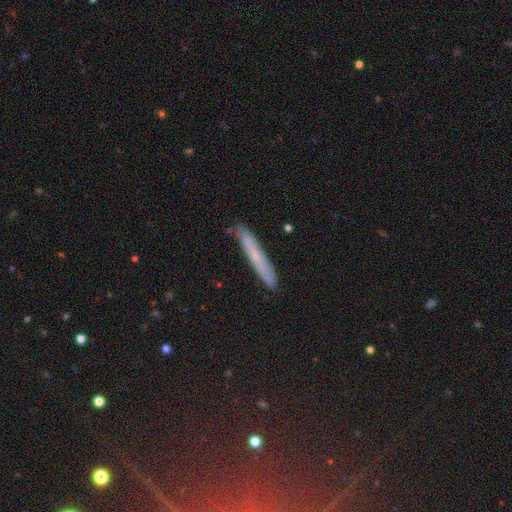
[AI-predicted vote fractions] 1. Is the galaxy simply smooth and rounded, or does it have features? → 57% smooth, 32% featured or disk, 11% star or artifact.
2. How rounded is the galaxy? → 95% cigar-shaped, 3% in between, 1% round.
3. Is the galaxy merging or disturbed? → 85% none, 11% minor disturbance, 2% major disturbance, 1% merger.